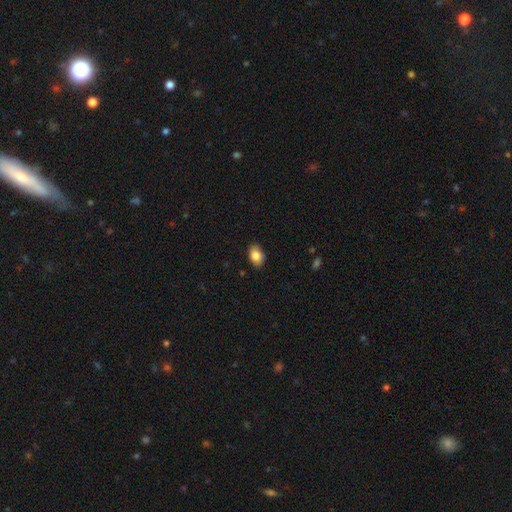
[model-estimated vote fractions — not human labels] Smooth or featured: smooth — 85% (star or artifact — 8%)
How rounded: in between — 83% (round — 16%)
Merging: none — 85% (minor disturbance — 12%)